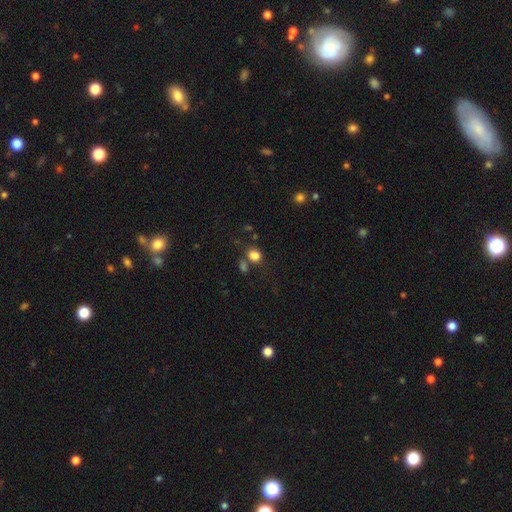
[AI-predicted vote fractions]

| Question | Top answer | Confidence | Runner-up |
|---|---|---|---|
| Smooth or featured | smooth | 82% | star or artifact (13%) |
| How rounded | in between | 50% | round (49%) |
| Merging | none | 59% | merger (21%) |